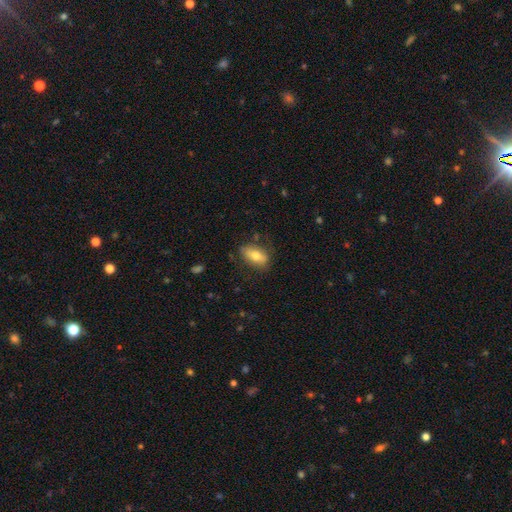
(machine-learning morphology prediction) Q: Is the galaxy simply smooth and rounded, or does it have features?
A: smooth — 72%.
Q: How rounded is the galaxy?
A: in between — 88%.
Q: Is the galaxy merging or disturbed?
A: none — 72%.